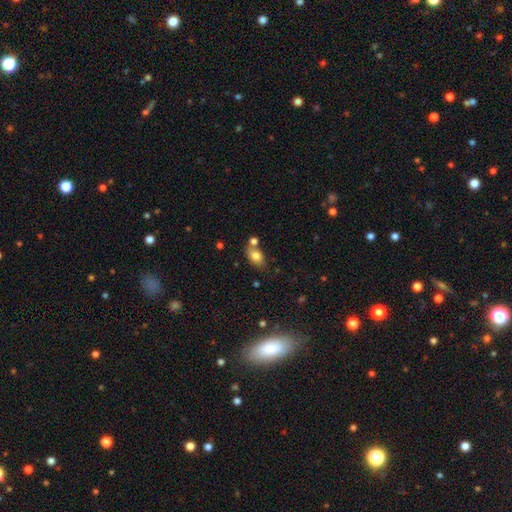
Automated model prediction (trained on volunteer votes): A smooth galaxy with no disk features (78%) that is in between round and cigar-shaped (83%).

Vote fractions:
- Smooth or featured? smooth: 78% / featured or disk: 13% / star or artifact: 9%
- How rounded? in between: 83% / round: 15% / cigar-shaped: 2%
- Merging? none: 59% / merger: 22% / minor disturbance: 15% / major disturbance: 4%